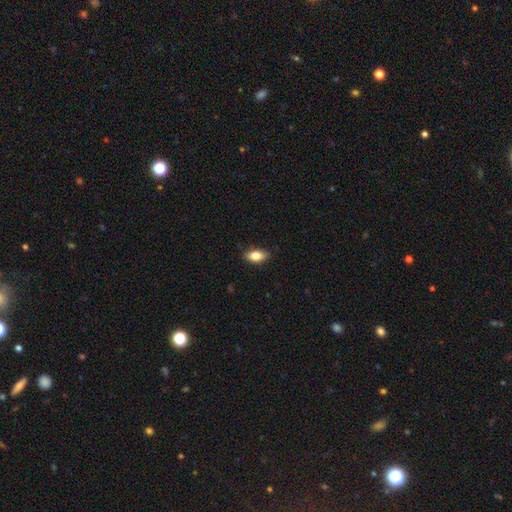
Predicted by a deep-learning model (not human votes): Q: Smooth or featured?
A: smooth (82%); runner-up: featured or disk (11%)
Q: How rounded?
A: in between (89%); runner-up: round (6%)
Q: Merging?
A: none (84%); runner-up: minor disturbance (12%)